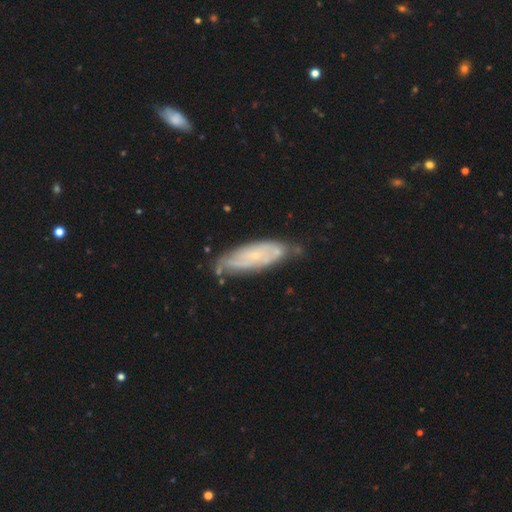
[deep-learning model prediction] A featured or disk galaxy (62%).

Vote fractions:
- Smooth or featured? featured or disk: 62% / smooth: 31% / star or artifact: 7%
- Edge-on disk? no: 80% / yes: 20%
- Merging? none: 63% / minor disturbance: 27% / major disturbance: 6% / merger: 4%